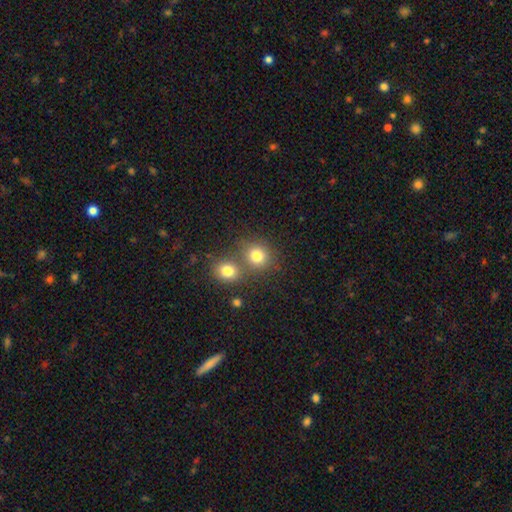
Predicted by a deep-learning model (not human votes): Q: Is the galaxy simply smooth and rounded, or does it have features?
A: smooth — 80%.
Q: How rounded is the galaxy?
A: round — 84%.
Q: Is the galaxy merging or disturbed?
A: none — 58%.